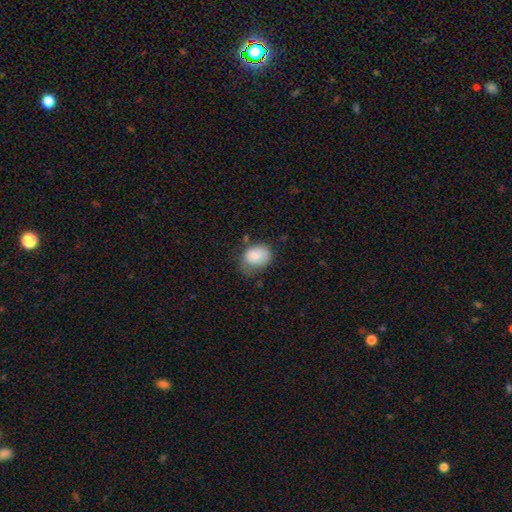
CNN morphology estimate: This appears to be a smooth galaxy with no disk features (82%) that is in between round and cigar-shaped (67%). Merging: none (44%).